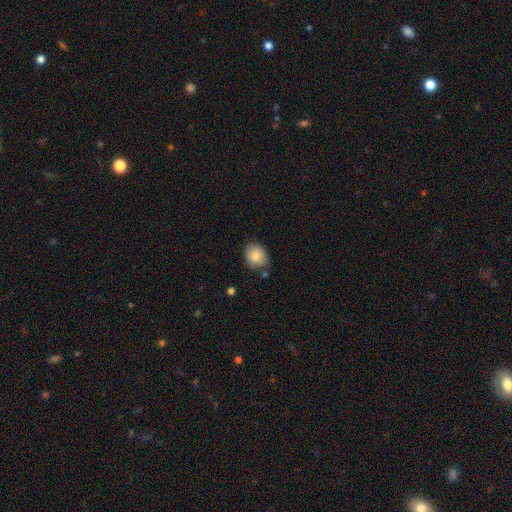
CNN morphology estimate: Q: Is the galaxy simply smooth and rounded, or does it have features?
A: smooth — 81%.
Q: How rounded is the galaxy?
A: round — 56%.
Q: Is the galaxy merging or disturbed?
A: none — 72%.